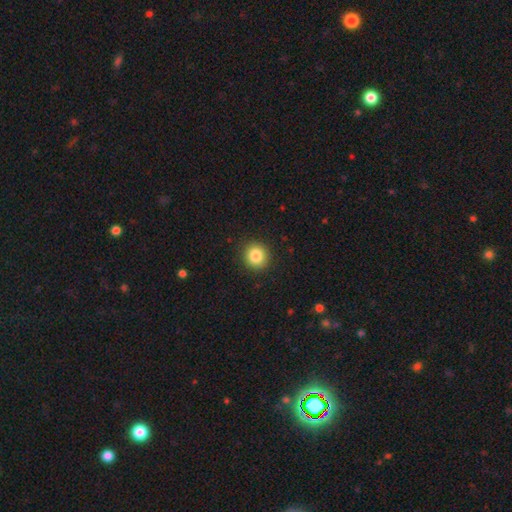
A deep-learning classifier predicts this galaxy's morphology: A smooth galaxy with no disk features (85%) that is round (90%).

Vote fractions:
- Smooth or featured? smooth: 85% / star or artifact: 10% / featured or disk: 5%
- How rounded? round: 90% / in between: 9% / cigar-shaped: 1%
- Merging? none: 91% / minor disturbance: 6% / major disturbance: 2% / merger: 1%